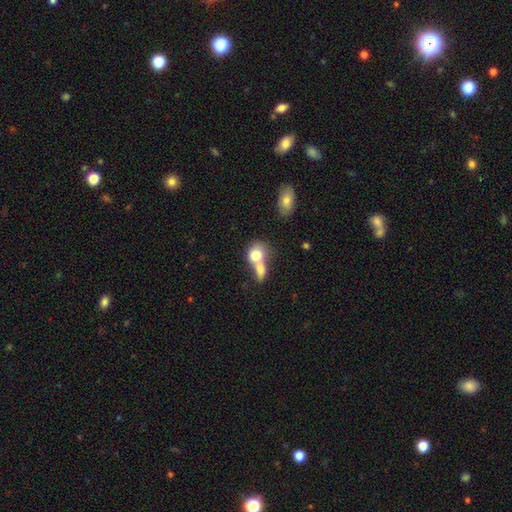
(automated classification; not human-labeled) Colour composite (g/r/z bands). It shows a smooth galaxy with no disk features (75%) that is round (53%). Merging: merger (68%).